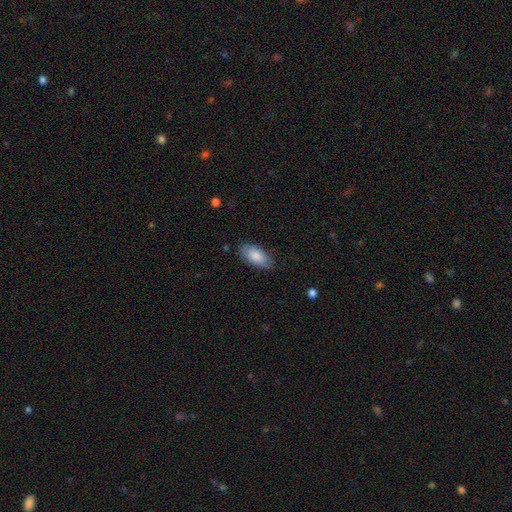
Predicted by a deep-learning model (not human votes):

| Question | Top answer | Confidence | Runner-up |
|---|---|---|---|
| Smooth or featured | smooth | 85% | featured or disk (10%) |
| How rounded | in between | 92% | cigar-shaped (6%) |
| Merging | none | 82% | minor disturbance (14%) |